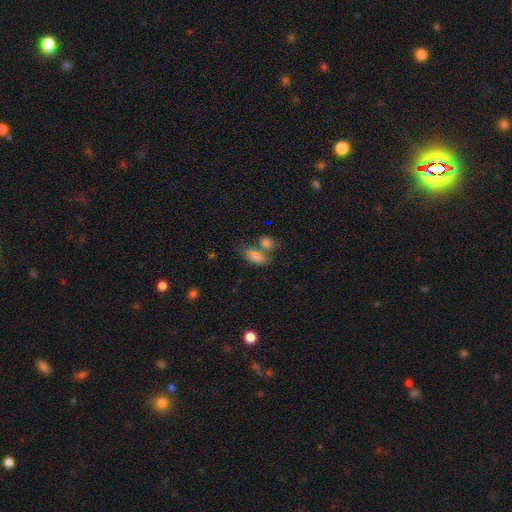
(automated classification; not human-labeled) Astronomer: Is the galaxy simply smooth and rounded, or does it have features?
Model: smooth — 80%.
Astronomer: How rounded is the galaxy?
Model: in between — 86%.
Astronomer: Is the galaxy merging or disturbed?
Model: none — 40%, tied with merger at 40%.